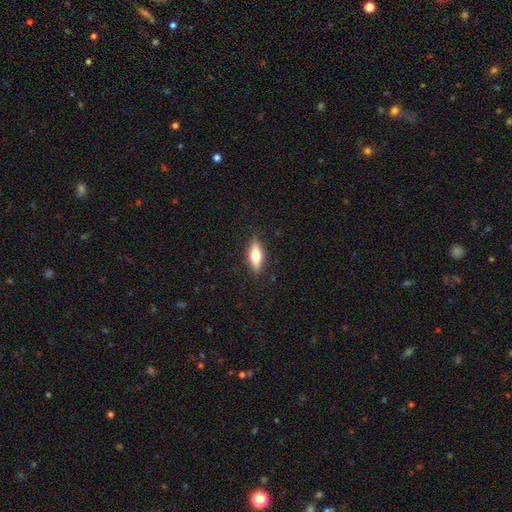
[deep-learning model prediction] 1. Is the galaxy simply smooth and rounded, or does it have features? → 60% smooth, 33% featured or disk, 7% star or artifact.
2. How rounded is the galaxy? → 65% in between, 32% cigar-shaped, 3% round.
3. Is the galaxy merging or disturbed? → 87% none, 10% minor disturbance, 2% major disturbance, 1% merger.